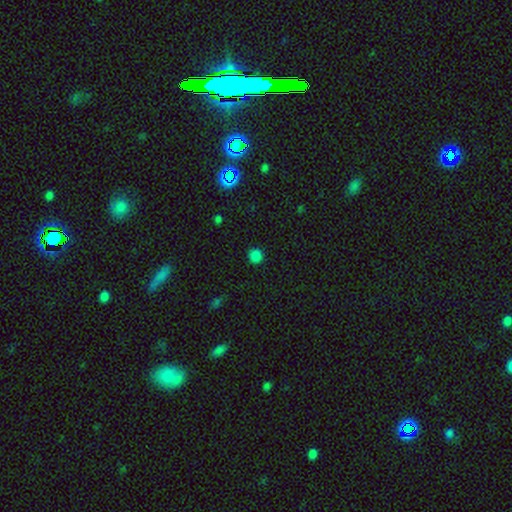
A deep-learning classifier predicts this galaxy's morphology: Q: Smooth or featured?
A: smooth (82%); runner-up: star or artifact (15%)
Q: How rounded?
A: round (93%); runner-up: in between (6%)
Q: Merging?
A: none (90%); runner-up: minor disturbance (6%)